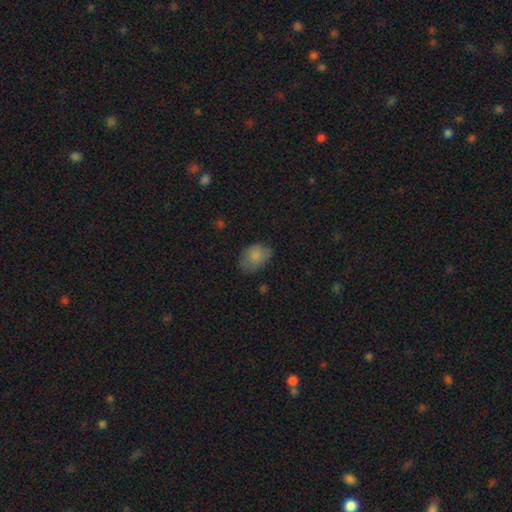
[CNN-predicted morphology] type=smooth (81%); roundness=in between (81%); merging=none (62%).